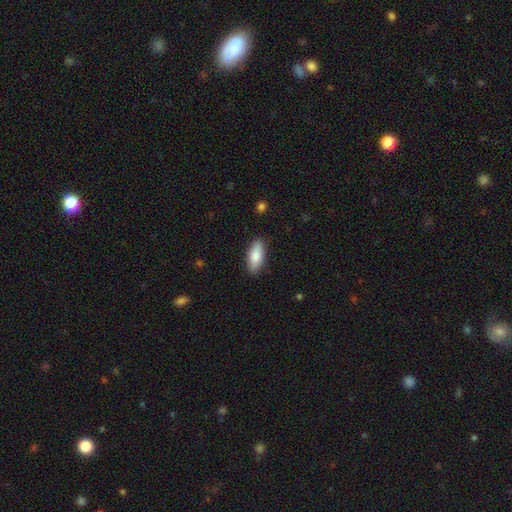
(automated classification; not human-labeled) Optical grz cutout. It shows a smooth galaxy with no disk features (83%) that is in between round and cigar-shaped (76%). Merging: none (88%).